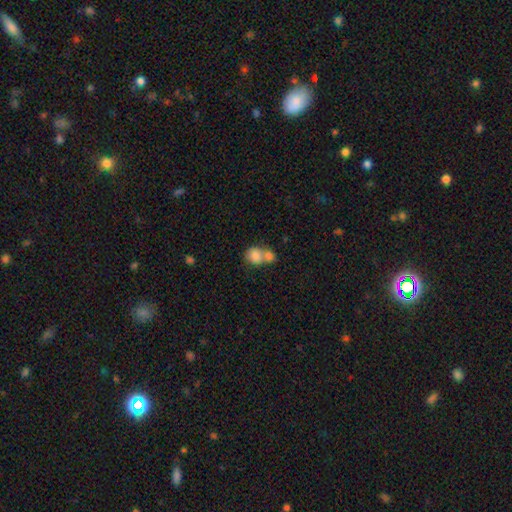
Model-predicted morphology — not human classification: Q: Smooth or featured?
A: smooth (81%); runner-up: featured or disk (10%)
Q: How rounded?
A: round (68%); runner-up: in between (31%)
Q: Merging?
A: merger (64%); runner-up: none (26%)